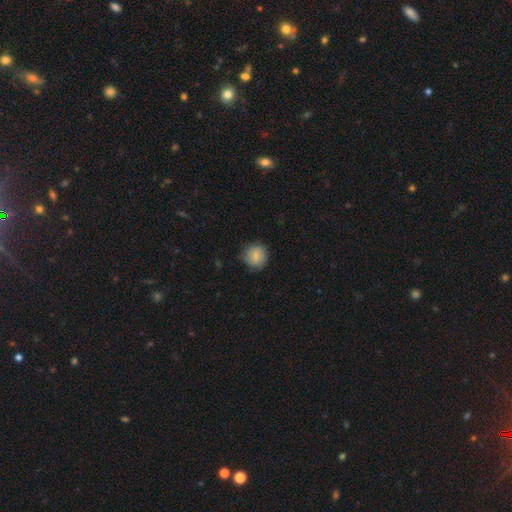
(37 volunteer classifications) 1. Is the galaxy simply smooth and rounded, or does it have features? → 89% smooth, 8% featured or disk, 3% star or artifact.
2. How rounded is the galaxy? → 97% round, 3% in between, 0% cigar-shaped.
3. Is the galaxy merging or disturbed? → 81% none, 19% minor disturbance, 0% major disturbance, 0% merger.